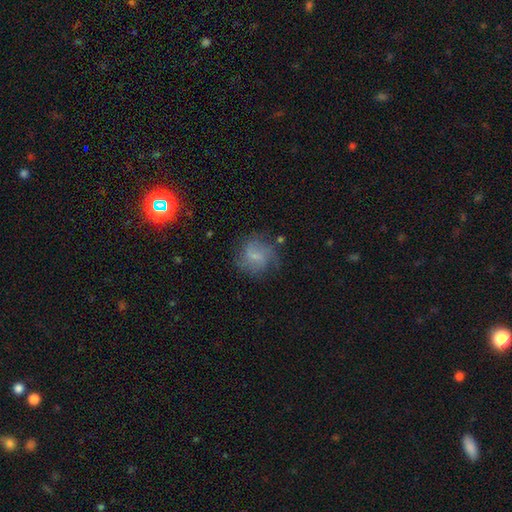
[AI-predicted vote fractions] Morphology: type=featured or disk (50%); edge-on=no (97%); merging=none (62%).